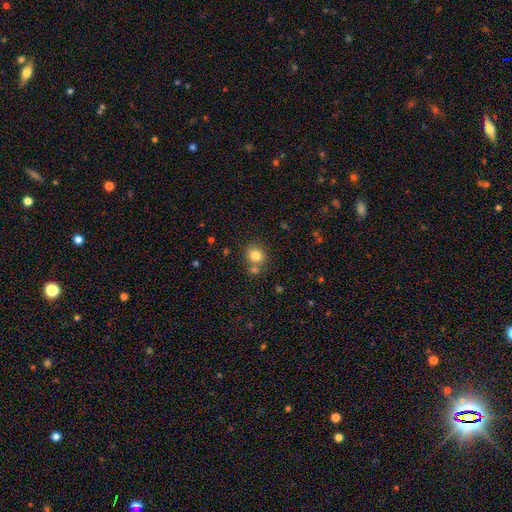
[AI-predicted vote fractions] smooth-or-featured: smooth: 81% | star or artifact: 11% | featured or disk: 8%
  how-rounded: round: 82% | in between: 17% | cigar-shaped: 1%
  merging: none: 67% | merger: 21% | minor disturbance: 10% | major disturbance: 3%